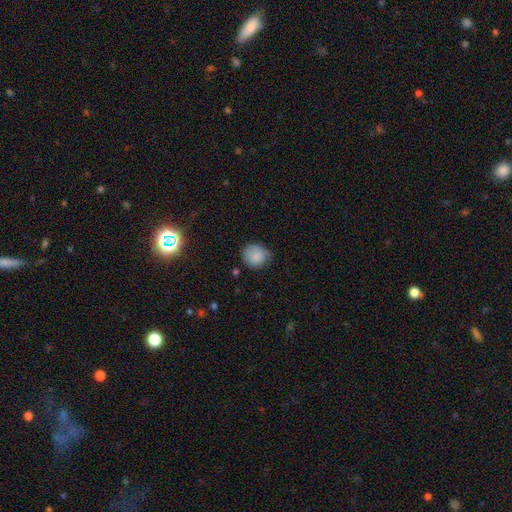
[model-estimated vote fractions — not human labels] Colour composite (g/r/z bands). It shows a smooth galaxy with no disk features (84%) that is round (81%). Merging: none (66%).